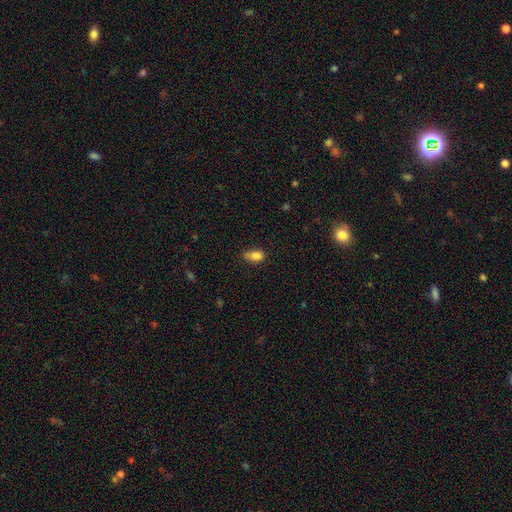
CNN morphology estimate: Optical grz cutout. It shows a smooth galaxy with no disk features (84%) that is in between round and cigar-shaped (85%). Merging: none (53%).